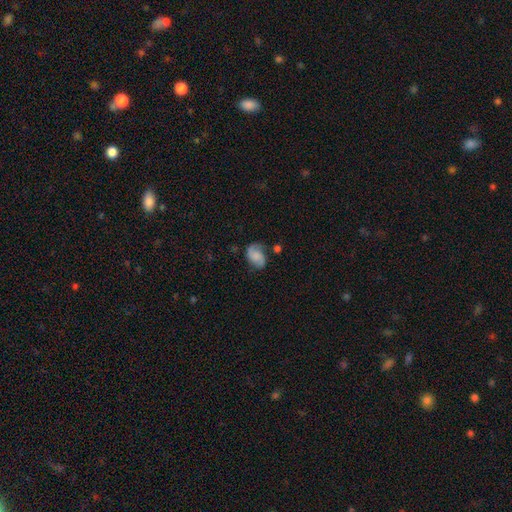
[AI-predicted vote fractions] This appears to be a featured or disk galaxy (52%) with no bar (64%), spiral arms (90%) and no central bulge (49%). Merging: none (59%).